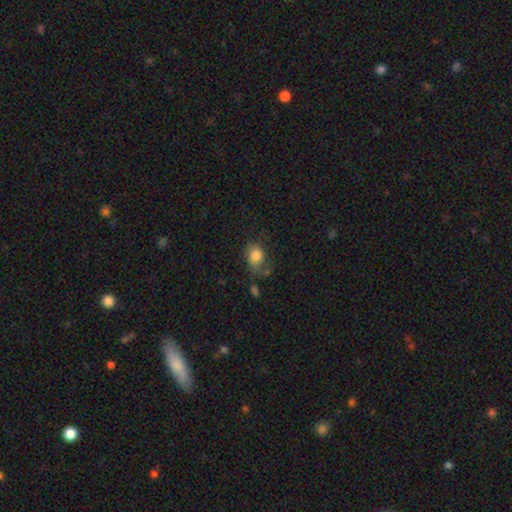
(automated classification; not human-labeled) Smooth or featured? Predicted: smooth (p=0.83). How rounded? Predicted: in between (p=0.58). Merging? Predicted: none (p=0.49).